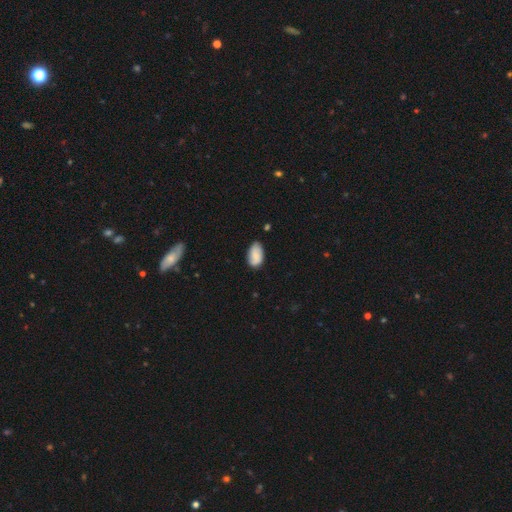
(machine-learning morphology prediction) Smooth or featured?
  - smooth: 82% *
  - featured or disk: 11%
  - star or artifact: 7%
How rounded?
  - in between: 93% *
  - round: 5%
  - cigar-shaped: 2%
Merging?
  - none: 72% *
  - minor disturbance: 23%
  - major disturbance: 3%
  - merger: 2%